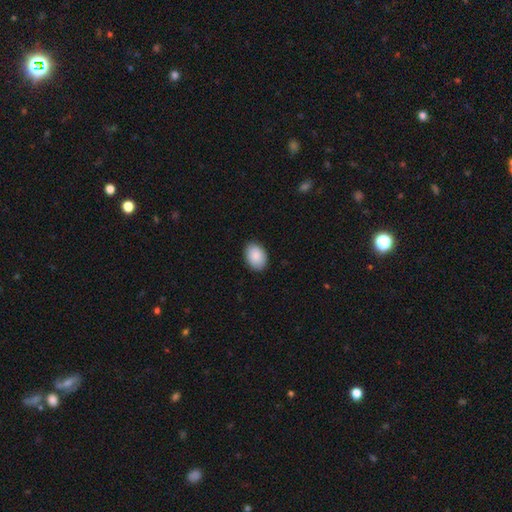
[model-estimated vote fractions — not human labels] smooth_or_featured: smooth (p=0.90) [alt: star or artifact p=0.06]
how_rounded: in between (p=0.84) [alt: round p=0.15]
merging: none (p=0.89) [alt: minor disturbance p=0.08]